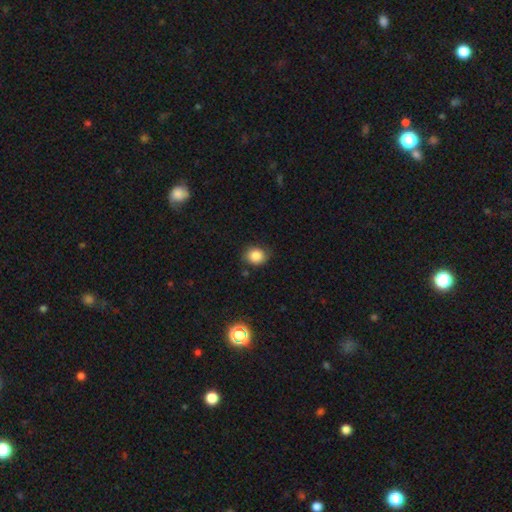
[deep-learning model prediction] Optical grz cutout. It shows a smooth galaxy with no disk features (84%) that is round (66%). Merging: none (79%).